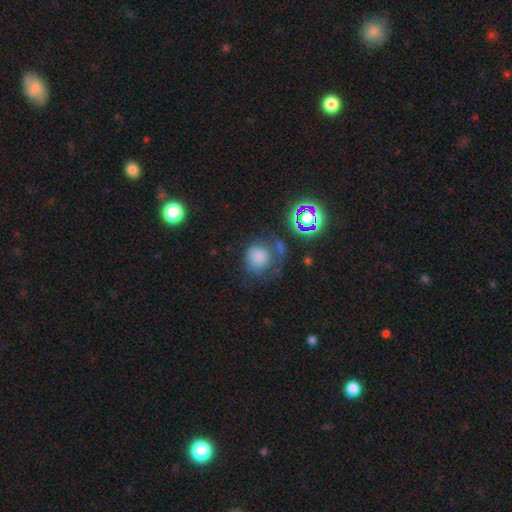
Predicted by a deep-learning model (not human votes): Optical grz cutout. It shows a smooth galaxy with no disk features (64%) that is round (86%). Merging: none (49%).